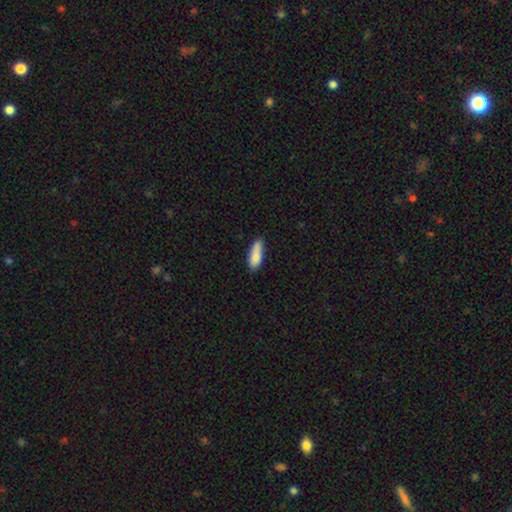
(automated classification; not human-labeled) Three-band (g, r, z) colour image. It shows a smooth galaxy with no disk features (84%) that is in between round and cigar-shaped (55%). Merging: none (62%).